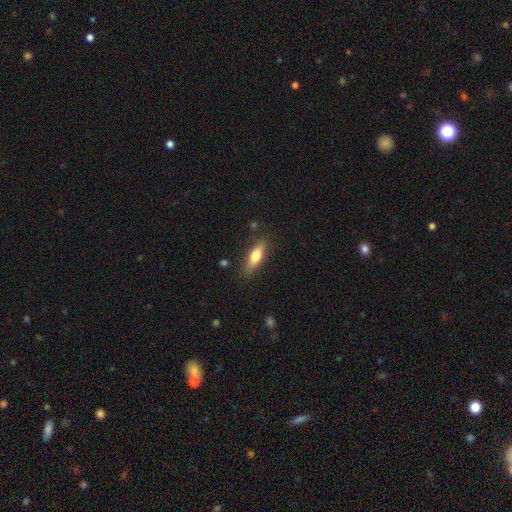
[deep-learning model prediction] This appears to be a smooth galaxy with no disk features (66%) that is in between round and cigar-shaped (51%). Merging: none (82%).